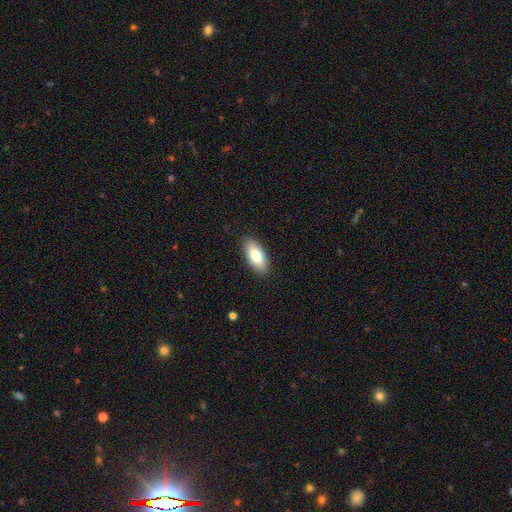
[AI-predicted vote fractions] Smooth or featured?
  - smooth: 80% *
  - featured or disk: 14%
  - star or artifact: 6%
How rounded?
  - in between: 88% *
  - cigar-shaped: 9%
  - round: 2%
Merging?
  - none: 88% *
  - minor disturbance: 9%
  - major disturbance: 2%
  - merger: 1%